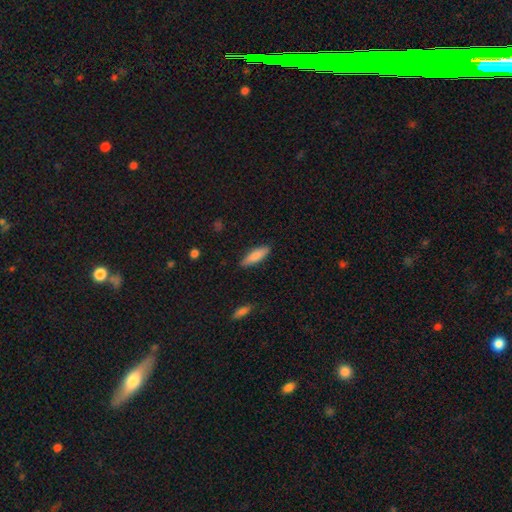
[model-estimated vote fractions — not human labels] Q: Smooth or featured?
A: smooth (83%); runner-up: featured or disk (11%)
Q: How rounded?
A: cigar-shaped (58%); runner-up: in between (40%)
Q: Merging?
A: none (86%); runner-up: minor disturbance (11%)